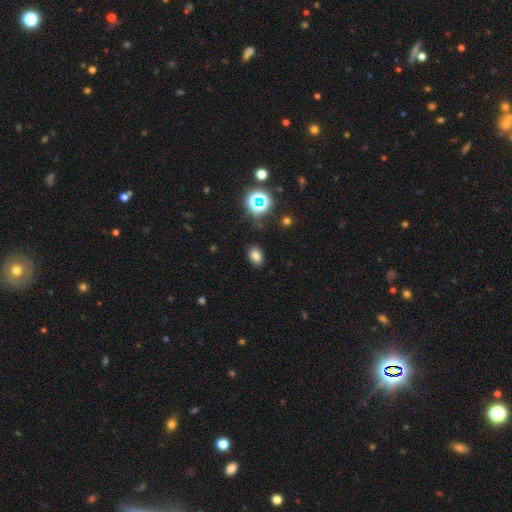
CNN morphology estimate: A smooth galaxy with no disk features (76%) that is in between round and cigar-shaped (77%). Merging: none (85%).